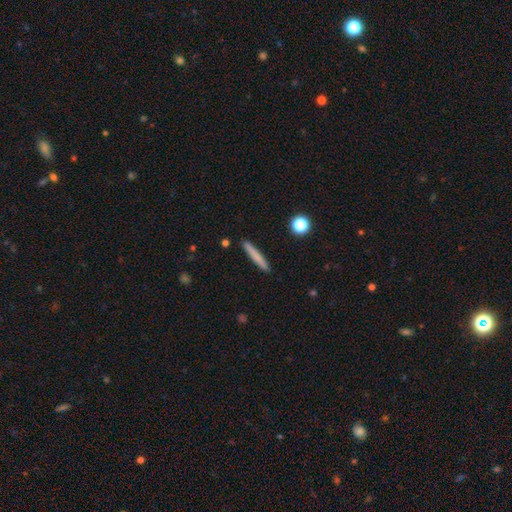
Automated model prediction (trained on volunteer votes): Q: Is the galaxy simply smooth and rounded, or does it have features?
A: smooth — 74%.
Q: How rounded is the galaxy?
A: cigar-shaped — 95%.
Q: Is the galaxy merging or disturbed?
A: none — 91%.